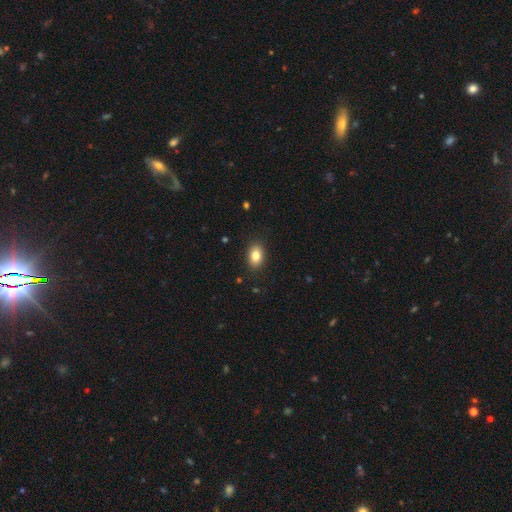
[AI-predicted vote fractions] Smooth or featured? smooth (83%)
How rounded? in between (84%)
Merging? none (88%)